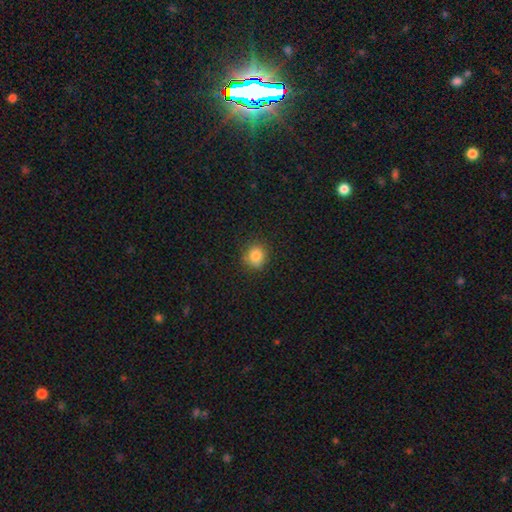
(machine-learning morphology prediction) Smooth or featured? Predicted: smooth (p=0.83). How rounded? Predicted: round (p=0.82). Merging? Predicted: none (p=0.84).